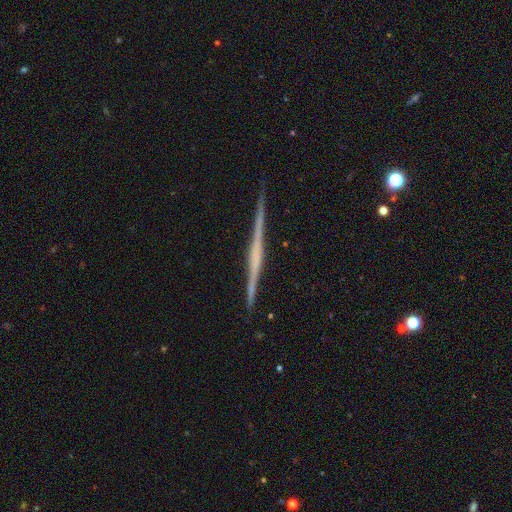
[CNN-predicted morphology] A featured or disk galaxy (77%) viewed edge-on (99%) with no central bulge (65%).

Vote fractions:
- Smooth or featured? featured or disk: 77% / smooth: 18% / star or artifact: 5%
- Edge-on disk? yes: 99% / no: 1%
- Edge-on bulge? none: 65% / rounded: 21% / boxy: 14%
- Merging? none: 91% / minor disturbance: 6% / major disturbance: 1% / merger: 1%